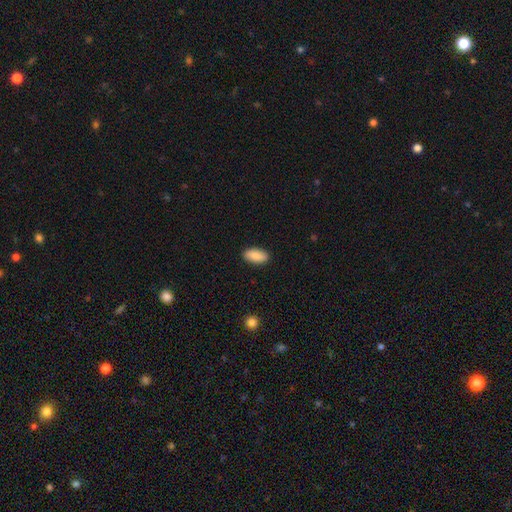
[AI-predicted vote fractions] Smooth or featured: smooth — 86% (featured or disk — 8%)
How rounded: in between — 92% (cigar-shaped — 5%)
Merging: none — 89% (minor disturbance — 8%)